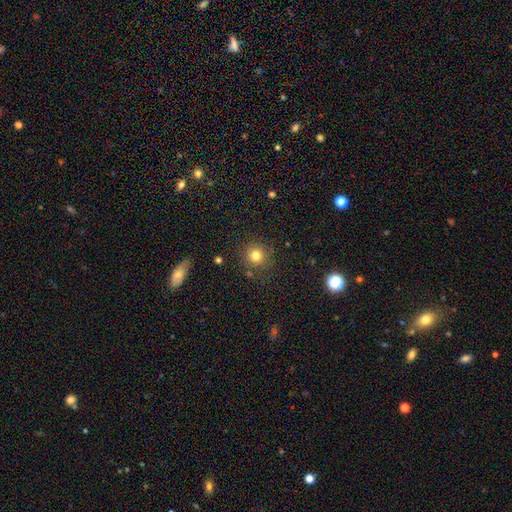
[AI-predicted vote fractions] Morphology: type=smooth (79%); roundness=round (93%); merging=none (85%).